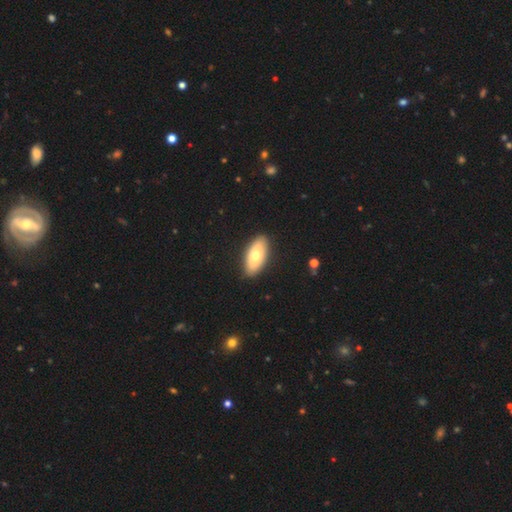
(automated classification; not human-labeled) Q: Smooth or featured?
A: smooth (72%); runner-up: featured or disk (23%)
Q: How rounded?
A: in between (89%); runner-up: cigar-shaped (9%)
Q: Merging?
A: none (90%); runner-up: minor disturbance (8%)